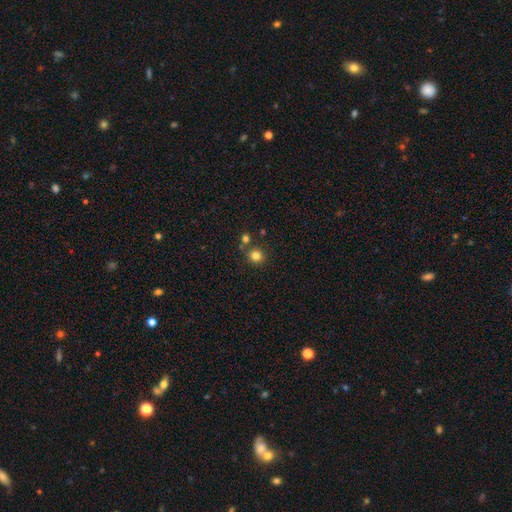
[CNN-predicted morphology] smooth_or_featured: smooth (p=0.82) [alt: star or artifact p=0.13]
how_rounded: round (p=0.91) [alt: in between p=0.08]
merging: none (p=0.75) [alt: merger p=0.14]